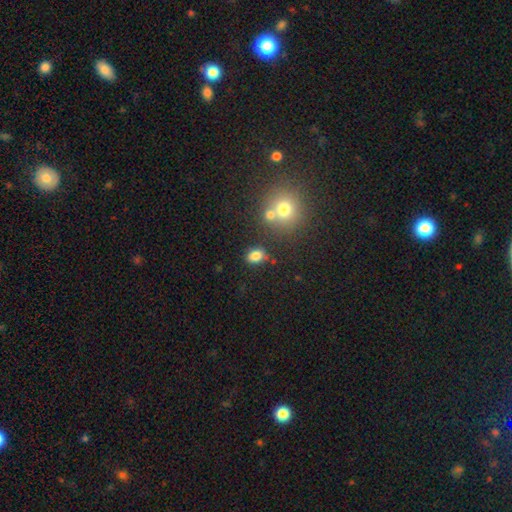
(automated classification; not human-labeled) smooth_or_featured: smooth (p=0.82) [alt: star or artifact p=0.11]
how_rounded: in between (p=0.70) [alt: round p=0.29]
merging: none (p=0.76) [alt: minor disturbance p=0.12]